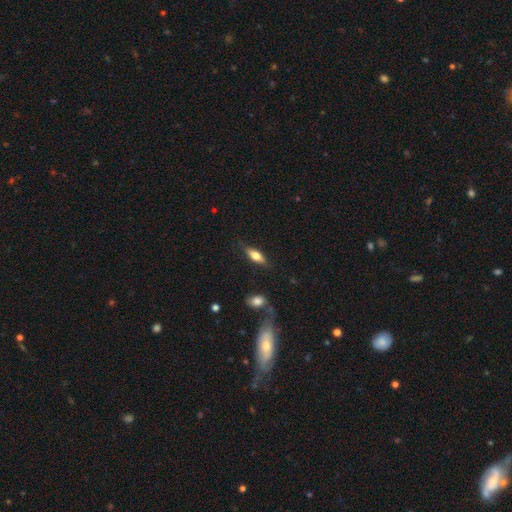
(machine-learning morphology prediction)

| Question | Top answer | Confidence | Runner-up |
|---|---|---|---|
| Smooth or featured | smooth | 62% | featured or disk (31%) |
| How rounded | in between | 61% | cigar-shaped (36%) |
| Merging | none | 81% | minor disturbance (13%) |